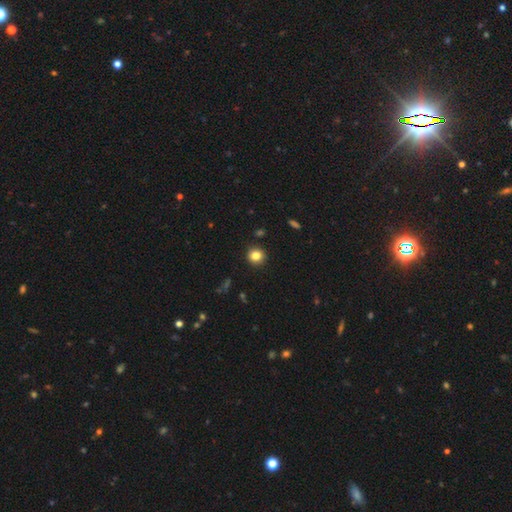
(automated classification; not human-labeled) Smooth or featured? Predicted: smooth (p=0.83). How rounded? Predicted: round (p=0.89). Merging? Predicted: none (p=0.91).